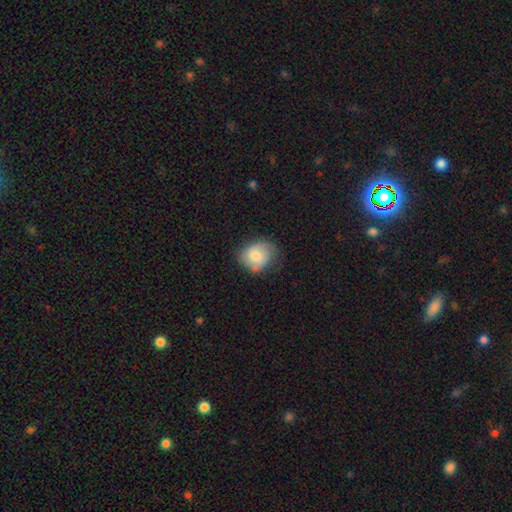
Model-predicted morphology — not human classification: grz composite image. It shows a smooth galaxy with no disk features (64%) that is round (54%). Merging: none (56%).